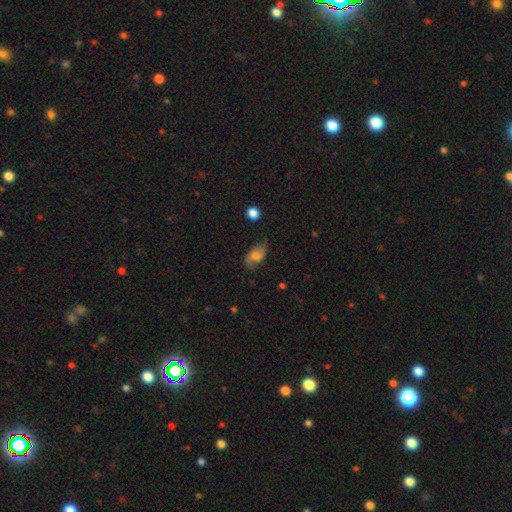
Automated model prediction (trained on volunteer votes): This appears to be a smooth galaxy with no disk features (59%) that is in between round and cigar-shaped (88%). Merging: none (67%).